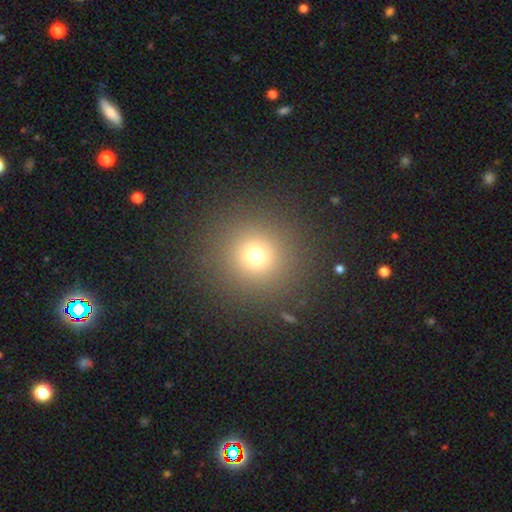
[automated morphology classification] Overall: smooth (71%). How rounded: round (94%). Merging: none (90%).